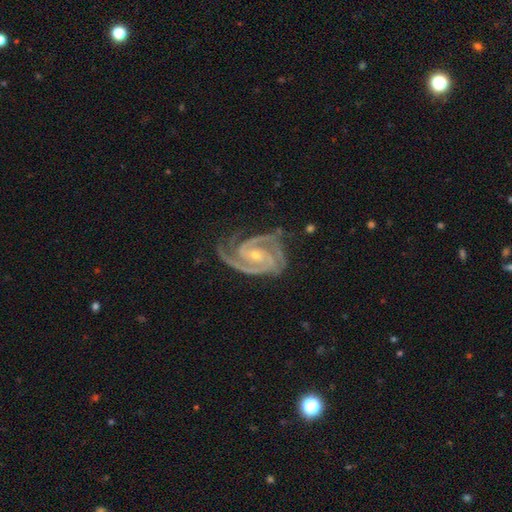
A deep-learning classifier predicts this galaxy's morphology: Smooth or featured: featured or disk — 94% (star or artifact — 4%)
Edge-on disk: no — 98% (yes — 2%)
Bar: no — 50% (weak — 30%)
Spiral arms: yes — 99% (no — 1%)
Spiral winding: tight — 62% (medium — 34%)
Spiral arm count: 3 — 46% (2 — 36%)
Bulge size: small — 70% (moderate — 27%)
Merging: none — 69% (minor disturbance — 21%)